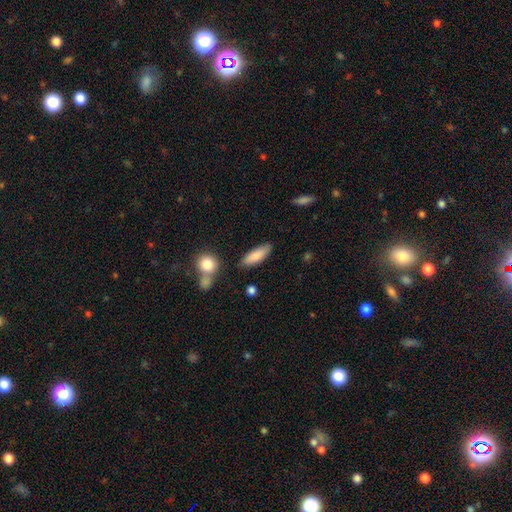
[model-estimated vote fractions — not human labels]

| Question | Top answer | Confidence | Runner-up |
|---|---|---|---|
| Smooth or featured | smooth | 82% | featured or disk (11%) |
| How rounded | in between | 56% | cigar-shaped (42%) |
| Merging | none | 80% | minor disturbance (13%) |